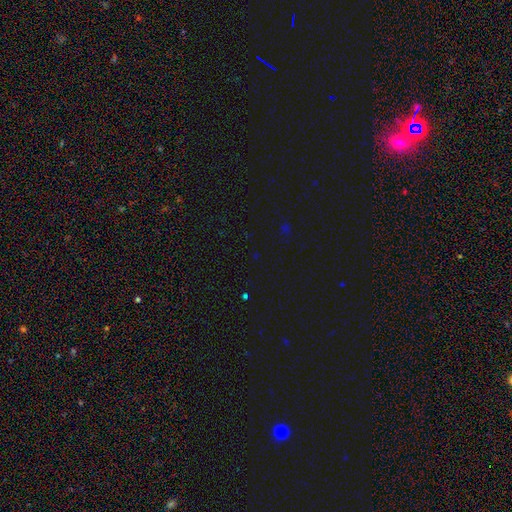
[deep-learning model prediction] Morphology: type=star or artifact (71%).